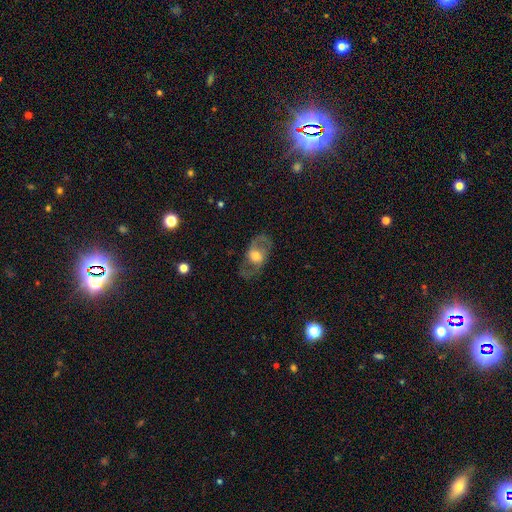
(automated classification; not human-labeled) Morphology: type=featured or disk (62%); edge-on=no (89%); bar=no (62%); spiral arms=yes (62%); bulge=moderate (51%); merging=none (73%).